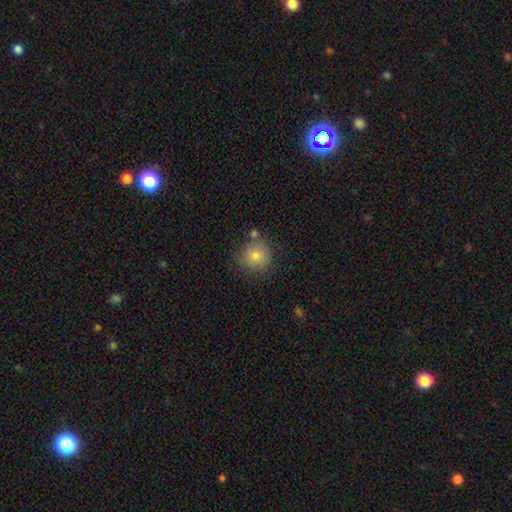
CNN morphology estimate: A smooth galaxy with no disk features (79%) that is round (91%).

Vote fractions:
- Smooth or featured? smooth: 79% / star or artifact: 11% / featured or disk: 9%
- How rounded? round: 91% / in between: 8% / cigar-shaped: 1%
- Merging? none: 76% / minor disturbance: 12% / merger: 9% / major disturbance: 3%